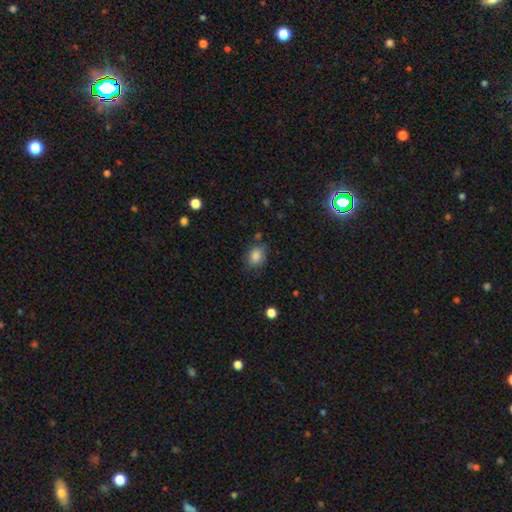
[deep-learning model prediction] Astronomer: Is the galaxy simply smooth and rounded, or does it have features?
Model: smooth — 84%.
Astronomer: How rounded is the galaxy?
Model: in between — 52% (runner-up: round, 47%).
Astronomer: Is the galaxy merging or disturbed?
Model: none — 72%.